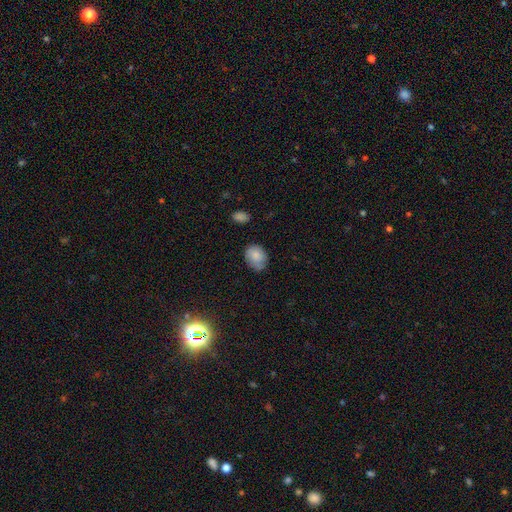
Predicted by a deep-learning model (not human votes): This appears to be a smooth galaxy with no disk features (82%) that is in between round and cigar-shaped (62%). Merging: none (62%).